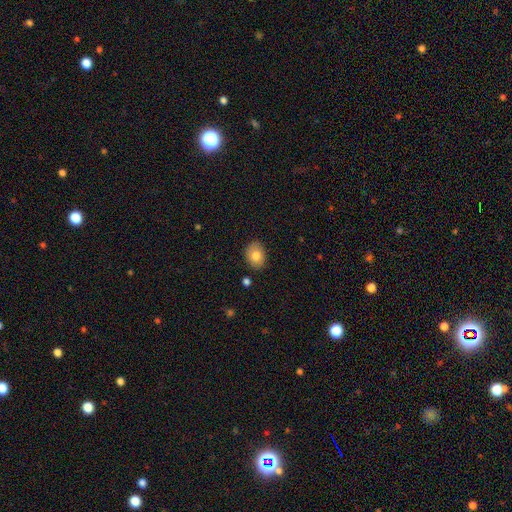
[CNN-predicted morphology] smooth-or-featured: smooth: 79% | featured or disk: 13% | star or artifact: 8%
  how-rounded: in between: 63% | round: 36% | cigar-shaped: 1%
  merging: none: 85% | minor disturbance: 12% | major disturbance: 2% | merger: 2%